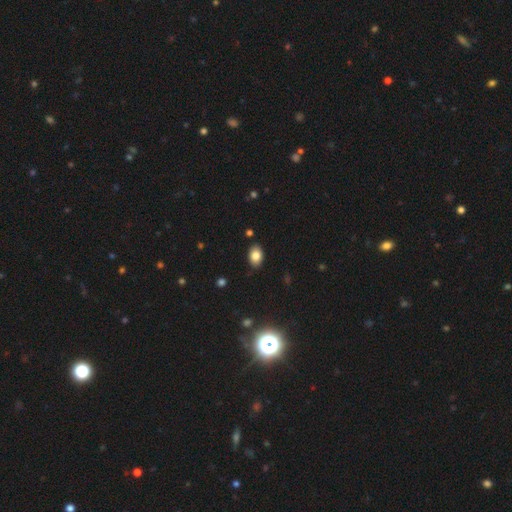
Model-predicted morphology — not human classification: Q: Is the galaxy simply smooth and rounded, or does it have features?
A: smooth — 82%.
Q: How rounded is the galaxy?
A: in between — 85%.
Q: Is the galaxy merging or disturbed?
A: none — 86%.